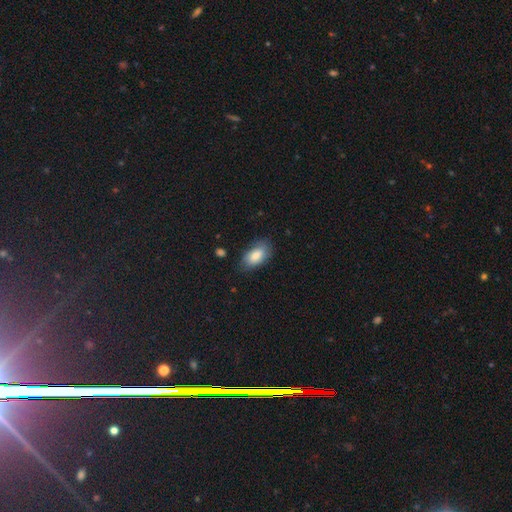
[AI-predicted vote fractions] Q: Smooth or featured?
A: smooth (83%); runner-up: featured or disk (11%)
Q: How rounded?
A: in between (93%); runner-up: round (4%)
Q: Merging?
A: none (74%); runner-up: minor disturbance (20%)